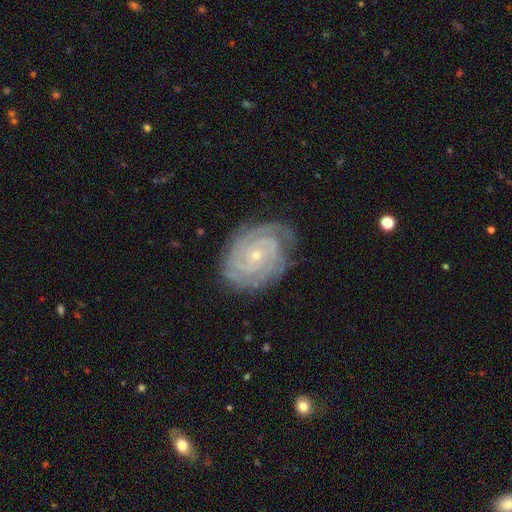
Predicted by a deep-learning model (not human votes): This appears to be a featured or disk galaxy (89%) with no bar (72%), 2 (27%) tight (83%) spiral arms (98%) and a small central bulge (81%). Merging: none (78%).